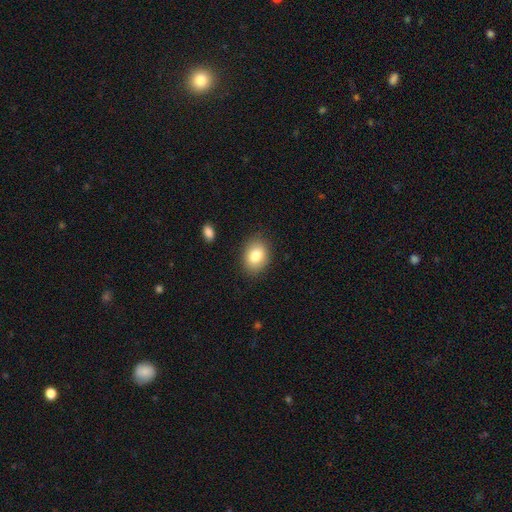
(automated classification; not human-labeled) This appears to be a smooth galaxy with no disk features (82%) that is in between round and cigar-shaped (70%). Merging: none (85%).